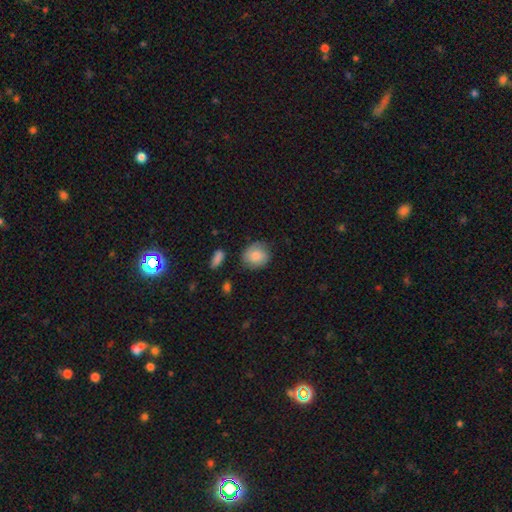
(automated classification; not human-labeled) Overall: smooth (84%). How rounded: round (74%). Merging: none (74%).